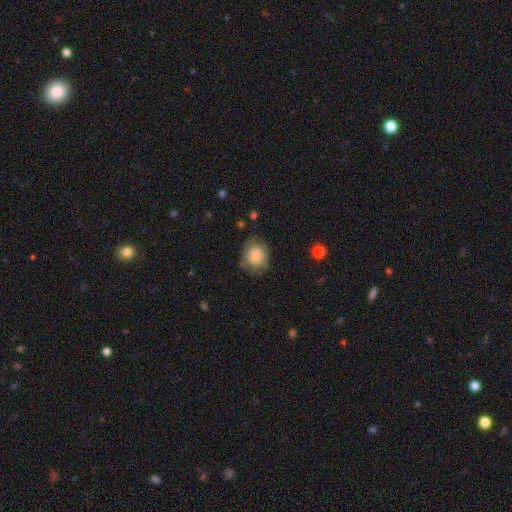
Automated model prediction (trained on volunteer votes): Morphology: type=smooth (73%); roundness=round (66%); merging=none (67%).